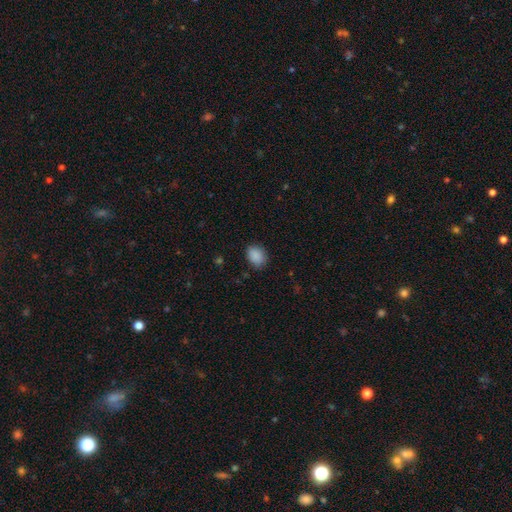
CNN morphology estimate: Smooth or featured?
  - smooth: 88% *
  - star or artifact: 8%
  - featured or disk: 3%
How rounded?
  - in between: 56% *
  - round: 43%
  - cigar-shaped: 1%
Merging?
  - none: 81% *
  - minor disturbance: 15%
  - major disturbance: 3%
  - merger: 1%